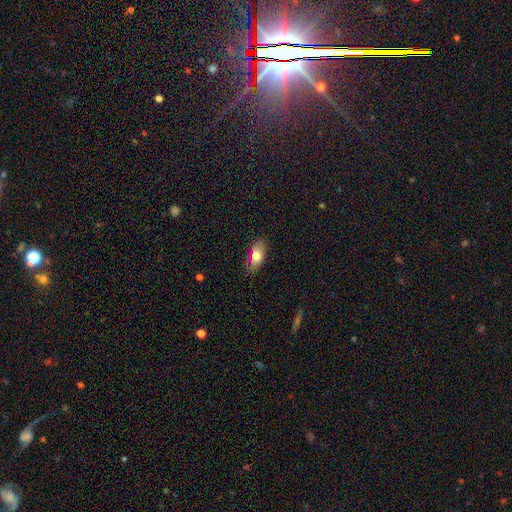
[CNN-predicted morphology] A smooth galaxy with no disk features (73%) that is in between round and cigar-shaped (89%). Merging: none (81%).